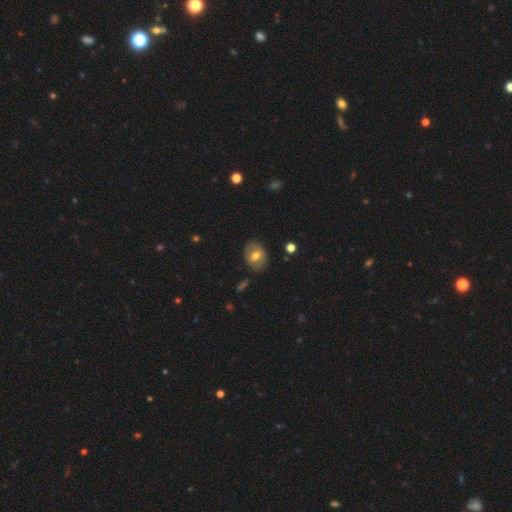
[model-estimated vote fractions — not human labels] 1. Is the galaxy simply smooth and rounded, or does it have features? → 56% smooth, 36% featured or disk, 8% star or artifact.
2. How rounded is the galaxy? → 56% in between, 42% round, 1% cigar-shaped.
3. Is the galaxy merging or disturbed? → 79% none, 15% minor disturbance, 4% major disturbance, 2% merger.